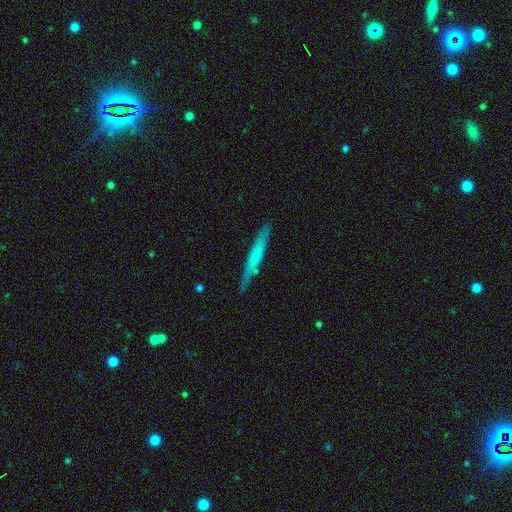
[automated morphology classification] A smooth galaxy with no disk features (54%) that is cigar-shaped (95%). Merging: none (83%).